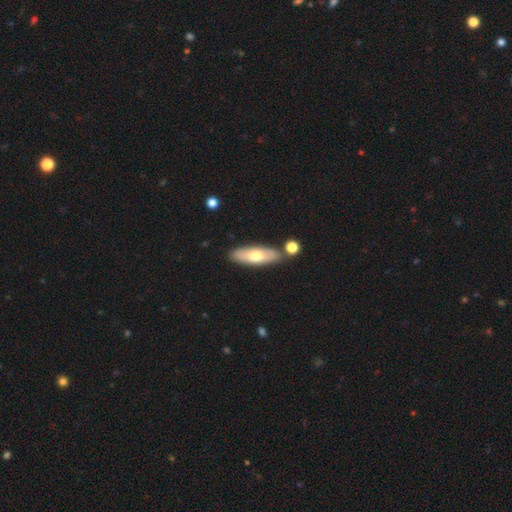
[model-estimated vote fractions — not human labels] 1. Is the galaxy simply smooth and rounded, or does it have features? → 58% smooth, 37% featured or disk, 6% star or artifact.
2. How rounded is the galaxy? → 51% in between, 46% cigar-shaped, 2% round.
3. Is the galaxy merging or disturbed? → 80% none, 10% minor disturbance, 8% merger, 2% major disturbance.